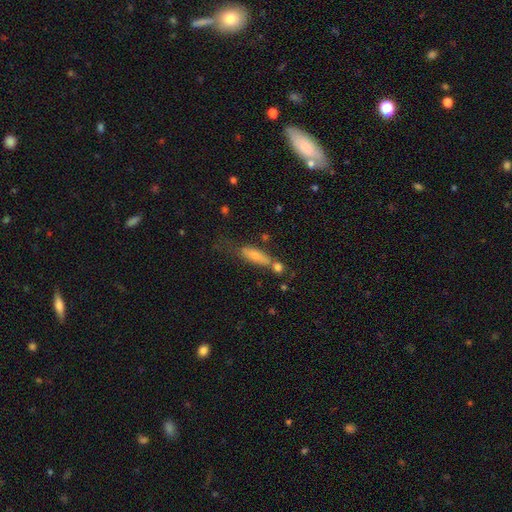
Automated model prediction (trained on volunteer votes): A smooth galaxy with no disk features (70%) that is cigar-shaped (65%).

Vote fractions:
- Smooth or featured? smooth: 70% / featured or disk: 21% / star or artifact: 9%
- How rounded? cigar-shaped: 65% / in between: 32% / round: 3%
- Merging? none: 48% / minor disturbance: 22% / merger: 18% / major disturbance: 12%